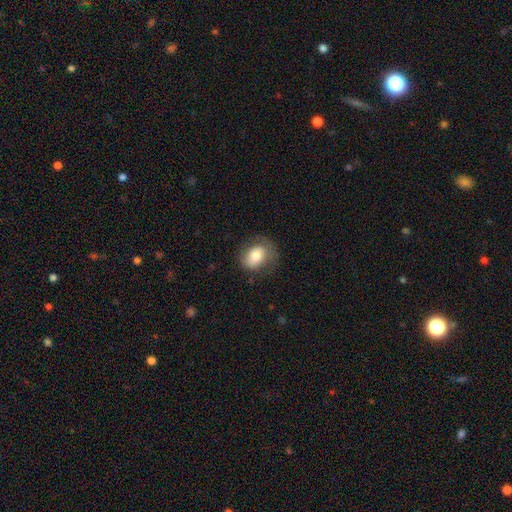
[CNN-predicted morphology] Smooth or featured? Predicted: smooth (p=0.72). How rounded? Predicted: in between (p=0.64). Merging? Predicted: none (p=0.55).